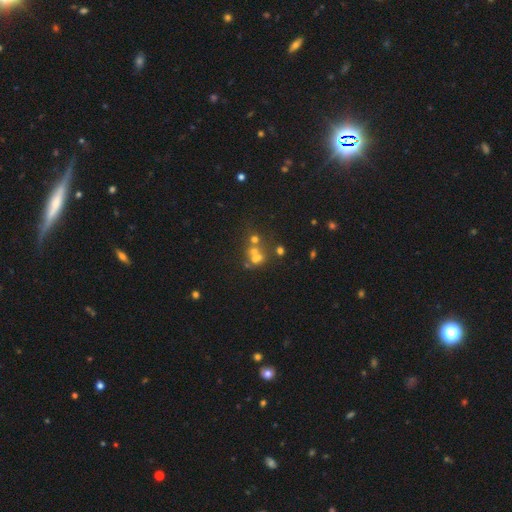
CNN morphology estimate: type=smooth (43%); merging=merger (45%).